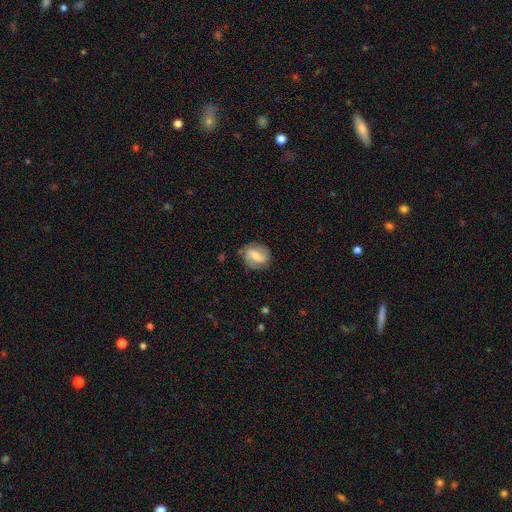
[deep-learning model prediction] The model was most divided on "bulge size": moderate: 41%, small: 39%, none: 11%, large: 7%, dominant: 2%. Remaining: edge-on disk — no (97%); spiral arms — yes (90%); spiral arm count — 2 (83%); merging — none (76%); smooth or featured — featured or disk (66%); bar — weak (46%); spiral winding — medium (43%).